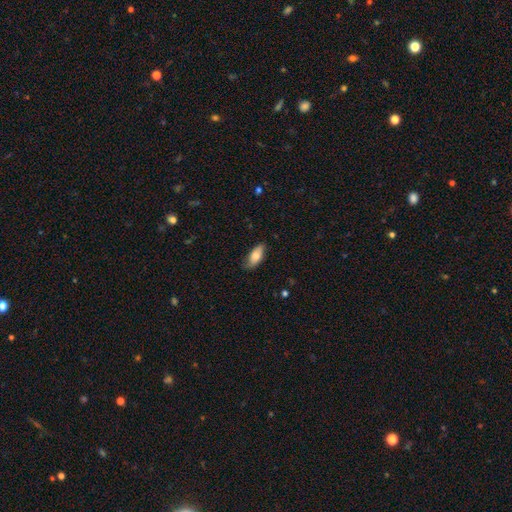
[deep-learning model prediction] This is likely a smooth galaxy (74%). How rounded: clearly in between (84%). Merging: likely none (78%).